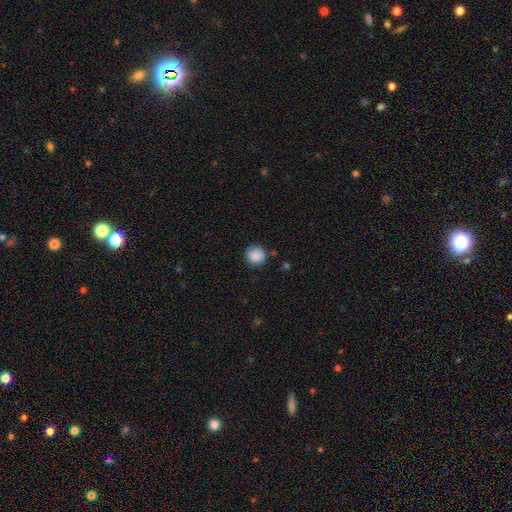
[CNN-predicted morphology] smooth_or_featured: smooth (p=0.88) [alt: star or artifact p=0.08]
how_rounded: round (p=0.92) [alt: in between p=0.07]
merging: none (p=0.85) [alt: minor disturbance p=0.11]